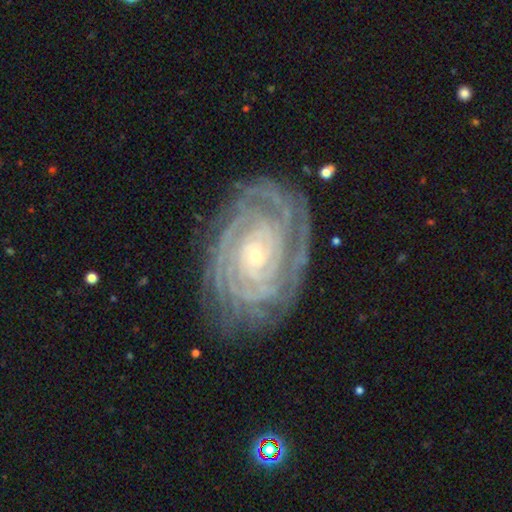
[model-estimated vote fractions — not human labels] Smooth or featured?
  - featured or disk: 90% *
  - star or artifact: 5%
  - smooth: 4%
Edge-on disk?
  - no: 96% *
  - yes: 4%
Bar?
  - no: 74% *
  - weak: 18%
  - strong: 8%
Spiral arms?
  - yes: 98% *
  - no: 2%
Spiral winding?
  - tight: 86% *
  - medium: 12%
  - loose: 2%
Spiral arm count?
  - can't tell: 24% *
  - more than 4: 21%
  - 4: 20%
  - 2: 14%
  - 3: 14%
  - 1: 8%
Bulge size?
  - small: 82% *
  - moderate: 15%
  - large: 1%
  - none: 1%
  - dominant: 1%
Merging?
  - none: 77% *
  - minor disturbance: 16%
  - major disturbance: 6%
  - merger: 1%